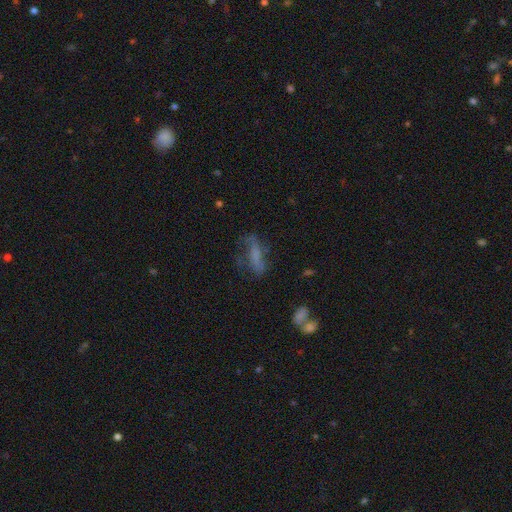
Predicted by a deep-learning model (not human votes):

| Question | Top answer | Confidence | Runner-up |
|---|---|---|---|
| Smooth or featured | featured or disk | 44% | smooth (42%) |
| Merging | none | 45% | major disturbance (26%) |